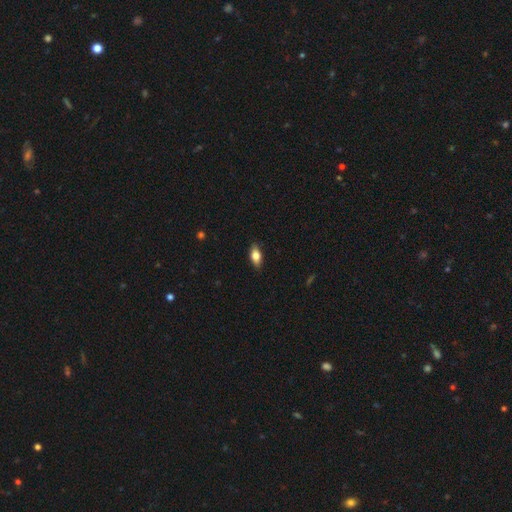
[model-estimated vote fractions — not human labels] smooth 74%, featured or disk 19%, star or artifact 7%. Down the decision tree: how rounded — in between (85%); merging — none (86%).